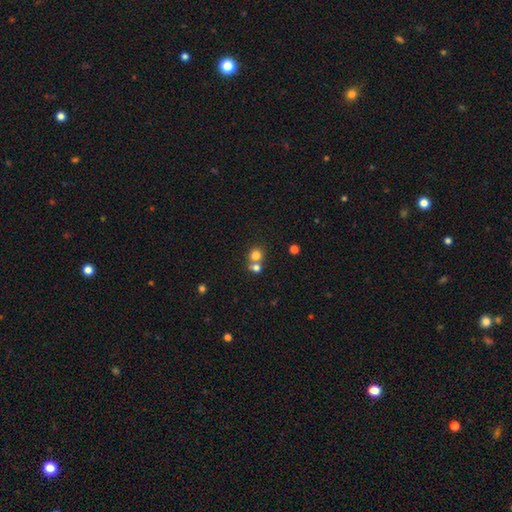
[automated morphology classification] smooth_or_featured: smooth (p=0.78) [alt: star or artifact p=0.12]
how_rounded: round (p=0.82) [alt: in between p=0.17]
merging: merger (p=0.46) [alt: none p=0.45]